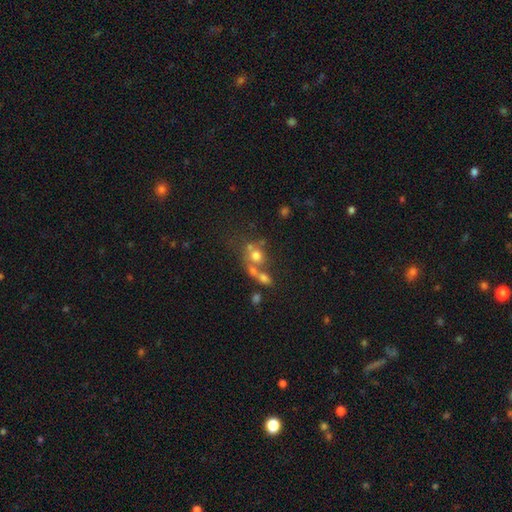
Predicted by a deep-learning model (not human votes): smooth-or-featured: smooth: 61% | featured or disk: 22% | star or artifact: 17%
  how-rounded: round: 73% | in between: 25% | cigar-shaped: 1%
  merging: merger: 49% | none: 34% | minor disturbance: 9% | major disturbance: 8%